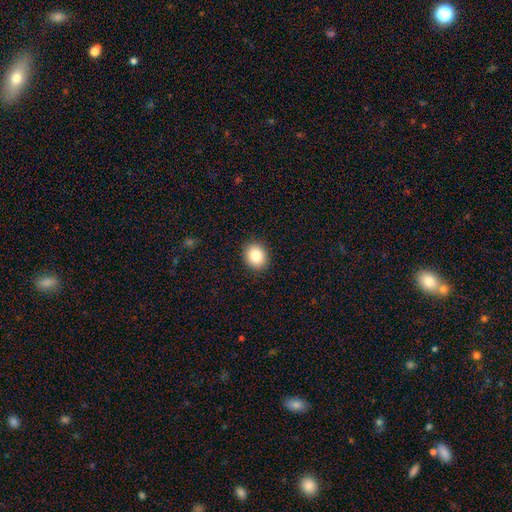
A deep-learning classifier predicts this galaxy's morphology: This is clearly a smooth galaxy (84%). How rounded: likely round (70%). Merging: clearly none (91%).